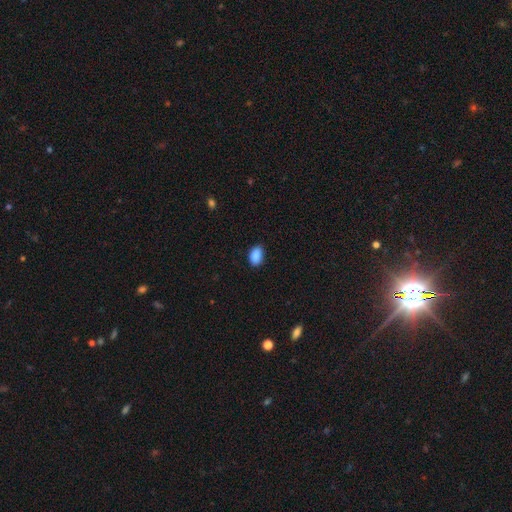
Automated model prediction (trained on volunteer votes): The model was most divided on "merging": none: 83%, minor disturbance: 14%, major disturbance: 2%, merger: 1%. More confident: smooth or featured — smooth (89%); how rounded — in between (89%).